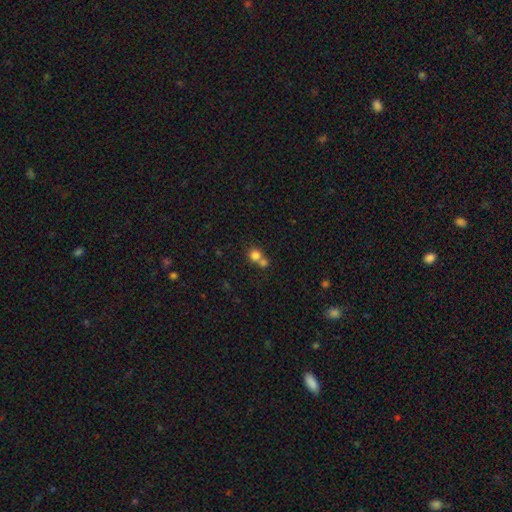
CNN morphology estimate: The model was most divided on "merging": merger: 55%, none: 36%, minor disturbance: 6%, major disturbance: 3%. More confident: how rounded — round (84%); smooth or featured — smooth (78%).